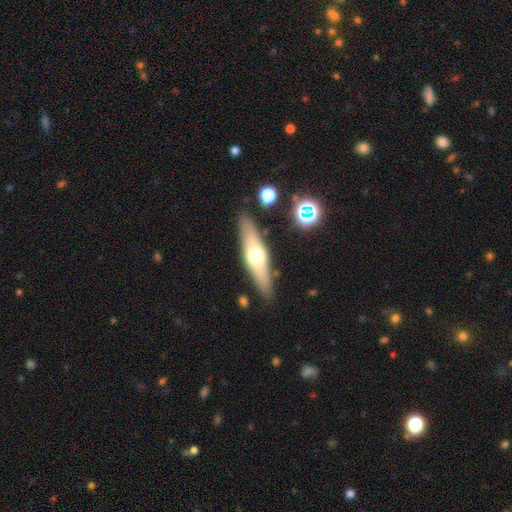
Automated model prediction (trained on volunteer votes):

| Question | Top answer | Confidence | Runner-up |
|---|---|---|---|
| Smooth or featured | featured or disk | 50% | smooth (43%) |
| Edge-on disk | yes | 82% | no (18%) |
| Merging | none | 86% | minor disturbance (9%) |